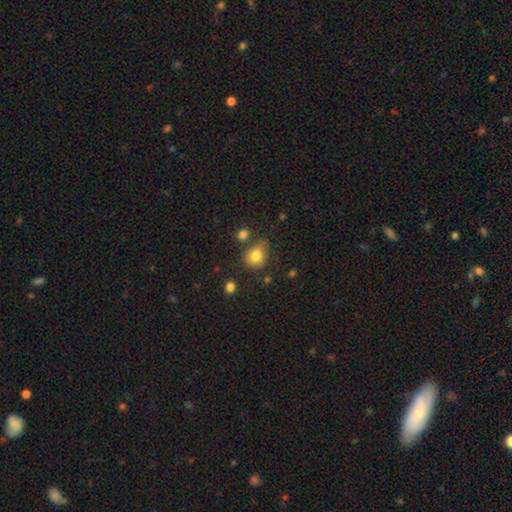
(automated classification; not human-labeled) Morphology: type=smooth (80%); roundness=round (67%); merging=none (60%).